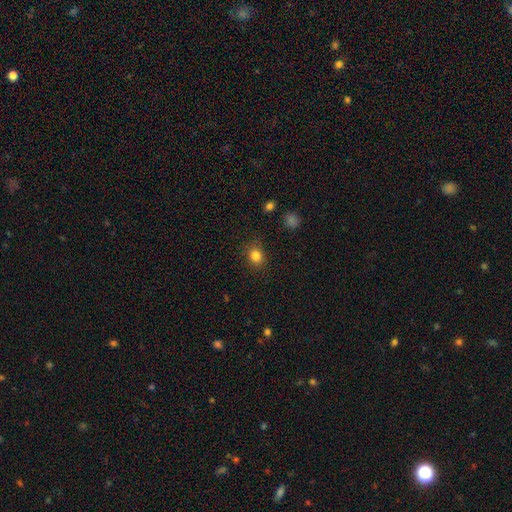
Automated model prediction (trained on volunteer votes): smooth-or-featured: smooth: 83% | star or artifact: 12% | featured or disk: 5%
  how-rounded: round: 67% | in between: 32% | cigar-shaped: 1%
  merging: none: 85% | minor disturbance: 11% | major disturbance: 3% | merger: 1%